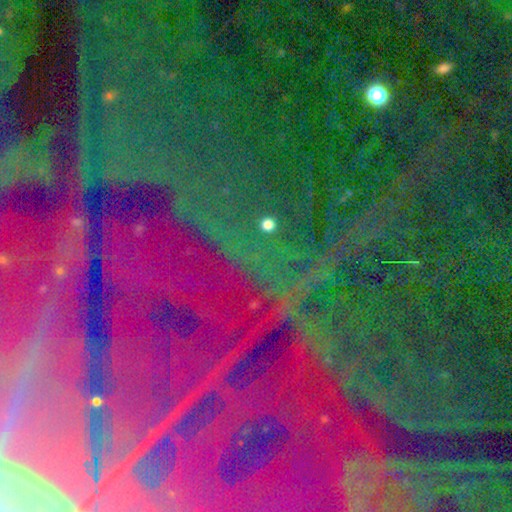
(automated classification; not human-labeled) Q: Smooth or featured?
A: star or artifact (86%); runner-up: featured or disk (7%)